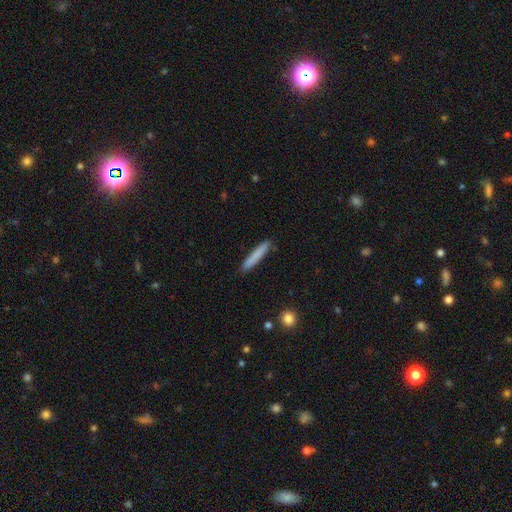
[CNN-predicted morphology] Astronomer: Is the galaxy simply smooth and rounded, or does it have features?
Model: smooth — 80%.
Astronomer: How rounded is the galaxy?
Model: cigar-shaped — 95%.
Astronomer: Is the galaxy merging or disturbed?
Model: none — 89%.